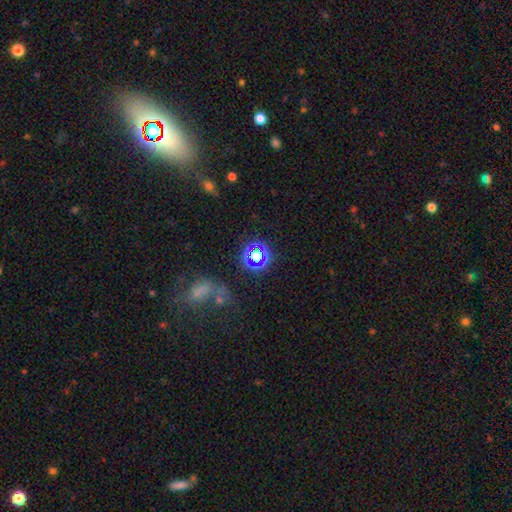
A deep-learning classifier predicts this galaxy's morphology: Smooth or featured?
  - star or artifact: 64% *
  - smooth: 26%
  - featured or disk: 10%